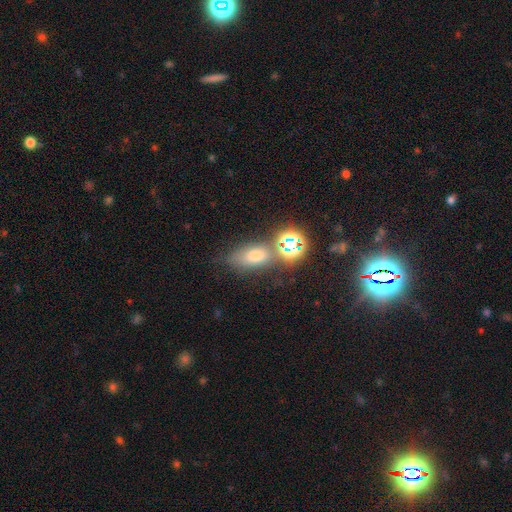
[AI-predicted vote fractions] This appears to be a smooth galaxy with no disk features (59%) that is in between round and cigar-shaped (73%). Merging: none (59%).